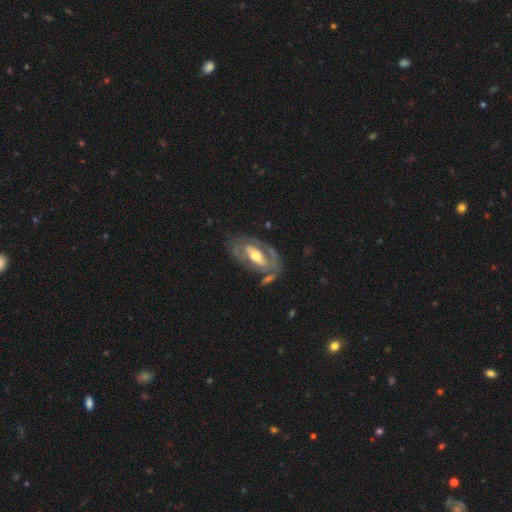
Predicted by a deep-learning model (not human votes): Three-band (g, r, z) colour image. It shows a featured or disk galaxy (73%) with no bar (40%), spiral arms (55%) and a moderate central bulge (66%). Merging: none (61%).